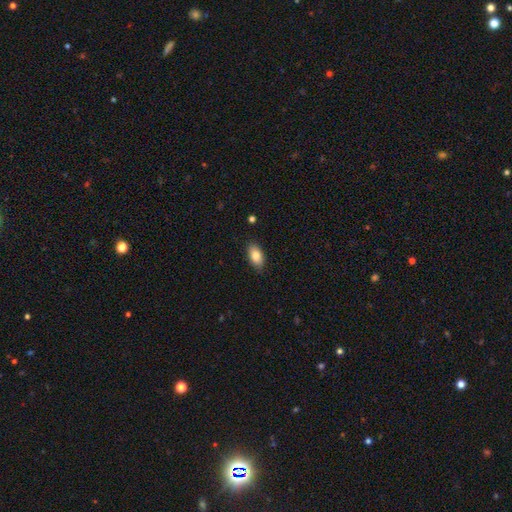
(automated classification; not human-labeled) This appears to be a smooth galaxy with no disk features (82%) that is in between round and cigar-shaped (92%). Merging: none (85%).